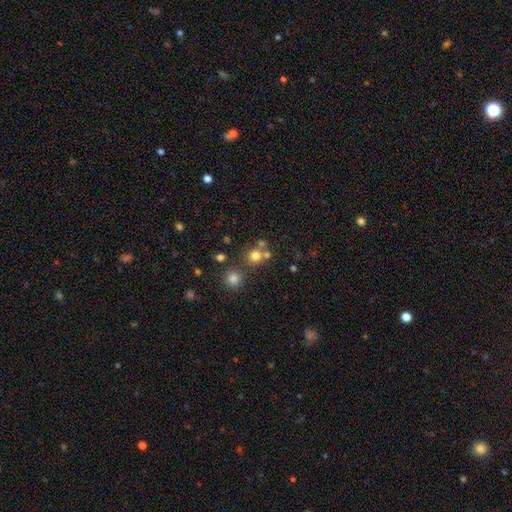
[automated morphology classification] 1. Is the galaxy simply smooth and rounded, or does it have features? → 74% smooth, 17% star or artifact, 9% featured or disk.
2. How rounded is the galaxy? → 87% round, 12% in between, 1% cigar-shaped.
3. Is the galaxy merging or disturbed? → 63% none, 25% merger, 8% minor disturbance, 4% major disturbance.